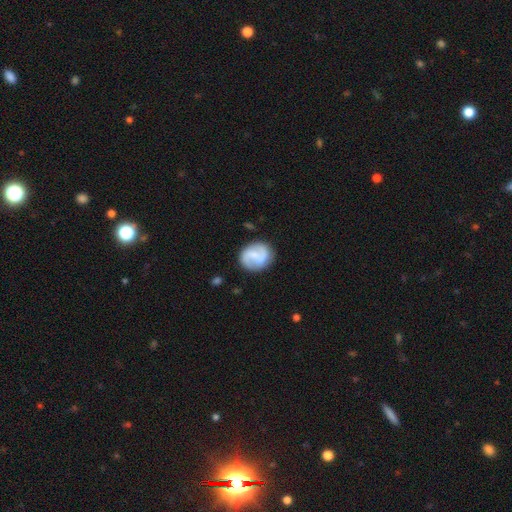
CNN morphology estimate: Smooth or featured?
  - featured or disk: 71% *
  - smooth: 24%
  - star or artifact: 5%
Edge-on disk?
  - no: 98% *
  - yes: 2%
Bar?
  - weak: 49% *
  - no: 29%
  - strong: 22%
Spiral arms?
  - yes: 93% *
  - no: 7%
Spiral winding?
  - medium: 44% *
  - loose: 38%
  - tight: 19%
Spiral arm count?
  - 2: 90% *
  - can't tell: 4%
  - 1: 3%
  - 3: 1%
  - 4: 1%
  - more than 4: 1%
Bulge size?
  - small: 47% *
  - none: 33%
  - moderate: 17%
  - large: 2%
  - dominant: 1%
Merging?
  - none: 84% *
  - minor disturbance: 11%
  - major disturbance: 4%
  - merger: 1%